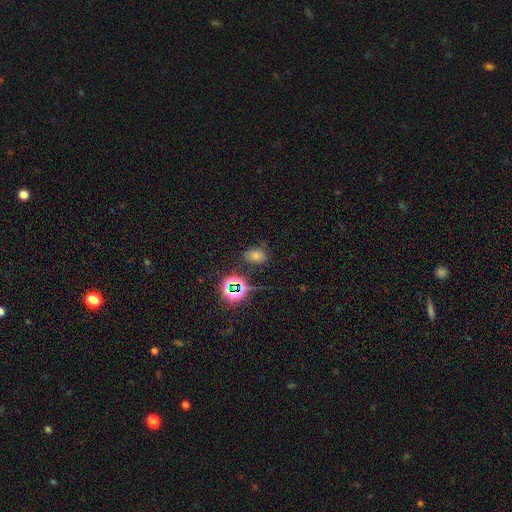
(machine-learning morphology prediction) The model was most divided on "smooth or featured": smooth: 45%, star or artifact: 44%, featured or disk: 11%. More confident: merging — none (75%).